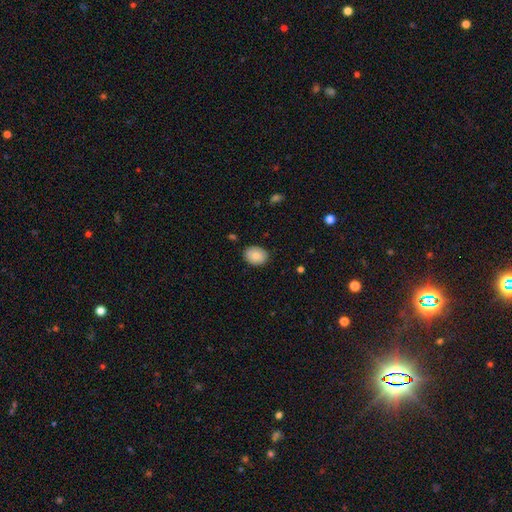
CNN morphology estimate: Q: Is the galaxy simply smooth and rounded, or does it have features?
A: smooth — 85%.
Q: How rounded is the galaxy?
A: in between — 66%.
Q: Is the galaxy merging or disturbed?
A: none — 86%.